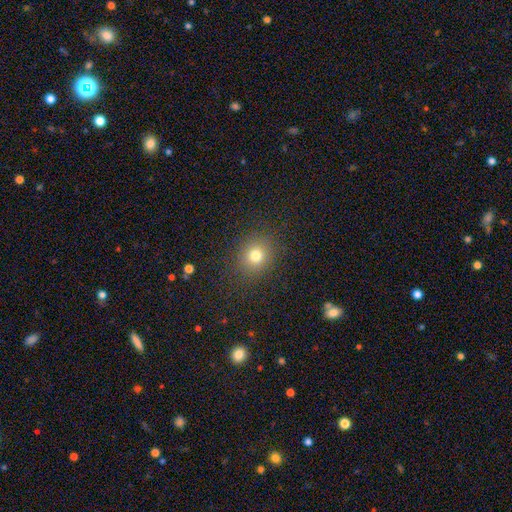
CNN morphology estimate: Smooth or featured?
  - smooth: 76% *
  - star or artifact: 16%
  - featured or disk: 8%
How rounded?
  - round: 80% *
  - in between: 19%
  - cigar-shaped: 1%
Merging?
  - none: 87% *
  - minor disturbance: 8%
  - major disturbance: 4%
  - merger: 1%